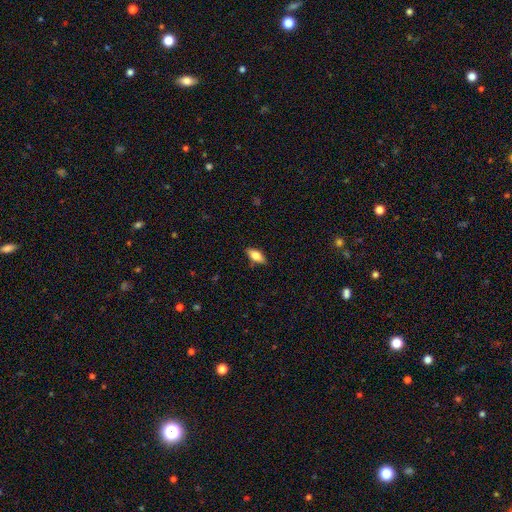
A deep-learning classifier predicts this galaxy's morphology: smooth_or_featured: smooth (p=0.70) [alt: featured or disk p=0.23]
how_rounded: in between (p=0.80) [alt: cigar-shaped p=0.16]
merging: none (p=0.84) [alt: minor disturbance p=0.12]